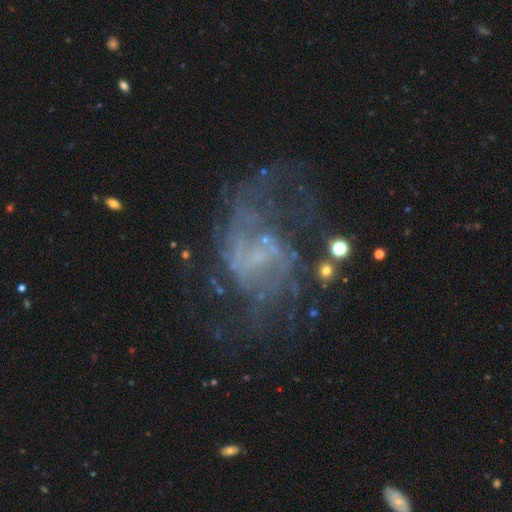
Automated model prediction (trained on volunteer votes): Q: Smooth or featured?
A: featured or disk (74%); runner-up: star or artifact (14%)
Q: Edge-on disk?
A: no (97%); runner-up: yes (3%)
Q: Bar?
A: no (55%); runner-up: weak (36%)
Q: Spiral arms?
A: yes (67%); runner-up: no (33%)
Q: Bulge size?
A: none (50%); runner-up: small (37%)
Q: Merging?
A: none (42%); runner-up: major disturbance (36%)